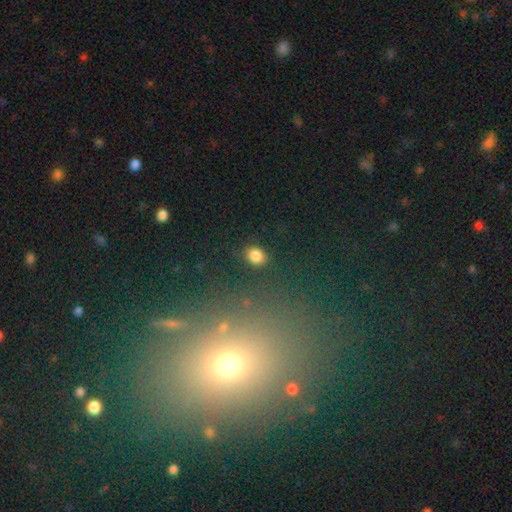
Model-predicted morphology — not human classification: Q: Smooth or featured?
A: smooth (84%); runner-up: star or artifact (11%)
Q: How rounded?
A: round (55%); runner-up: in between (44%)
Q: Merging?
A: none (87%); runner-up: minor disturbance (9%)